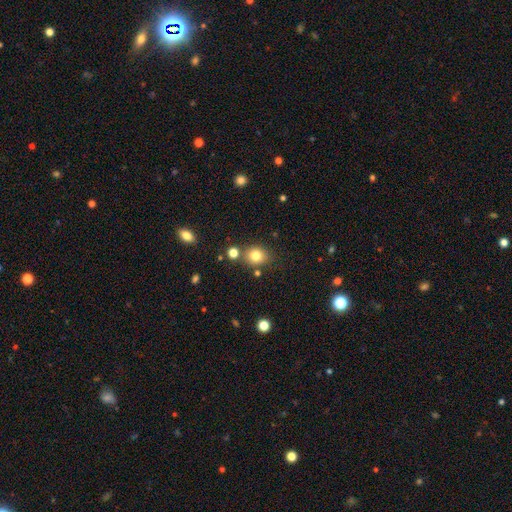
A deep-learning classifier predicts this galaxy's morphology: Overall: smooth (79%). How rounded: round (68%; in between 31%). Merging: none (76%).